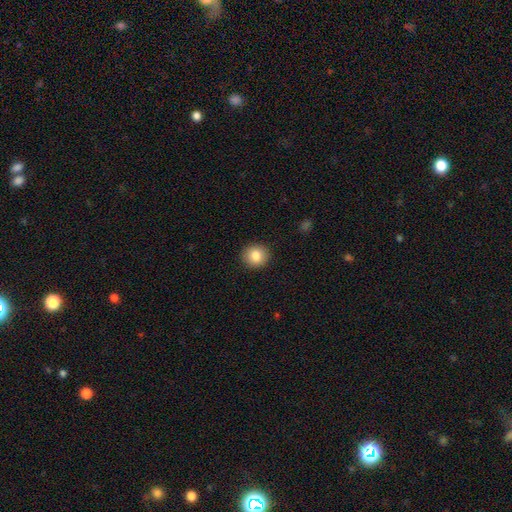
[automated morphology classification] The model was most divided on "smooth or featured": smooth: 84%, star or artifact: 9%, featured or disk: 7%. More confident: merging — none (91%); how rounded — round (87%).